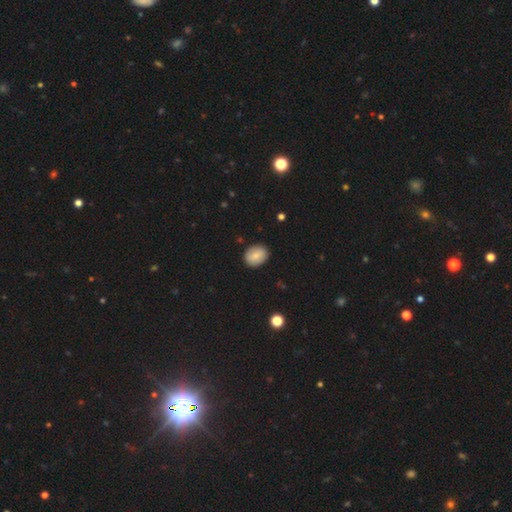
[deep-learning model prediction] This is likely a smooth galaxy (79%). How rounded: possibly in between (53%). Merging: clearly none (88%).